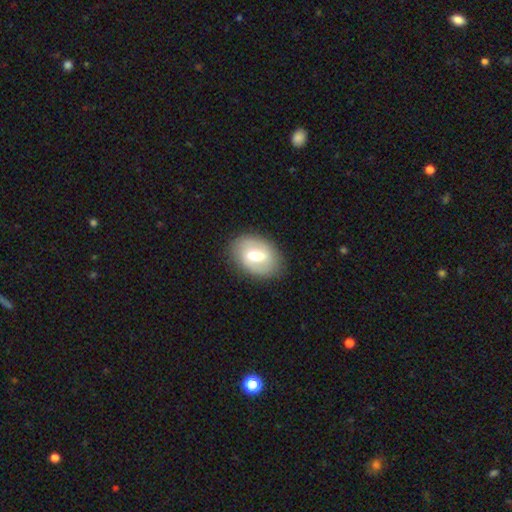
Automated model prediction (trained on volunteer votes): Smooth or featured? Predicted: smooth (p=0.49). Merging? Predicted: none (p=0.82).